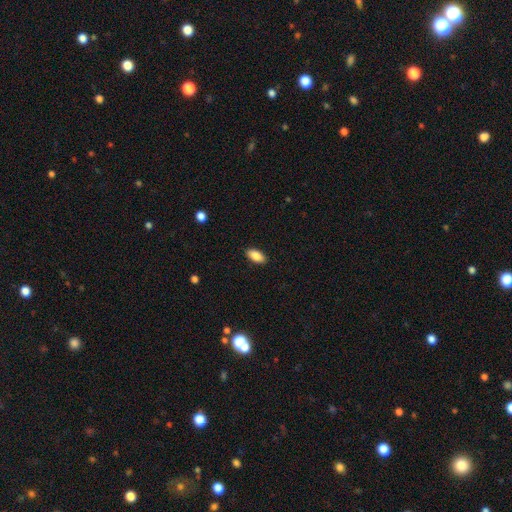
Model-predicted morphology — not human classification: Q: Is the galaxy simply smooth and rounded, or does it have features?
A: smooth — 88%.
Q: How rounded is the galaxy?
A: in between — 92%.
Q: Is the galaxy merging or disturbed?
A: none — 89%.